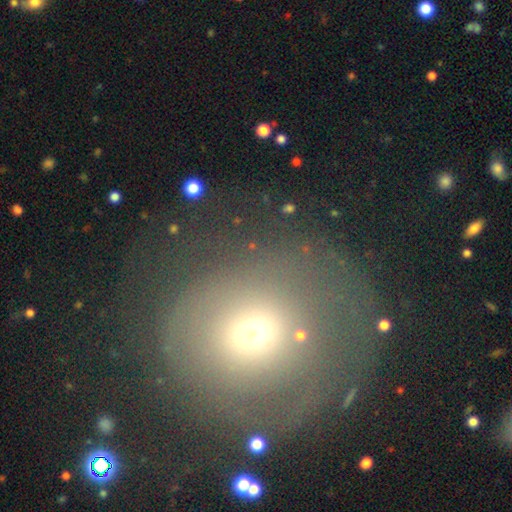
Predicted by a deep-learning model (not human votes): This appears to be a smooth galaxy with no disk features (57%) that is round (88%). Merging: none (62%).